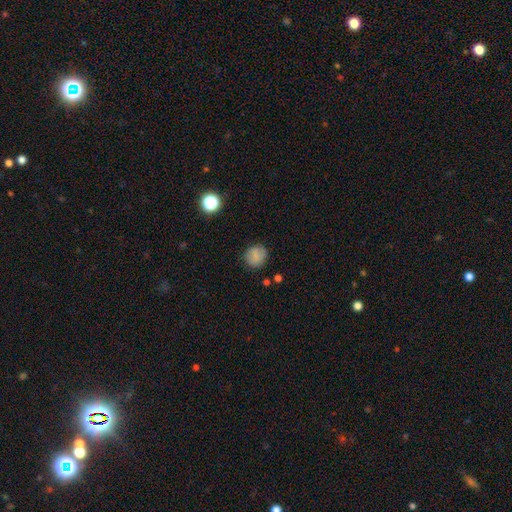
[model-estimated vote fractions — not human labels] Morphology: type=smooth (80%); roundness=round (86%); merging=none (83%).